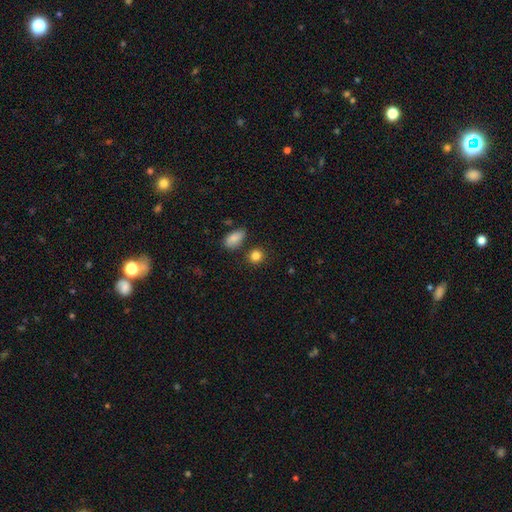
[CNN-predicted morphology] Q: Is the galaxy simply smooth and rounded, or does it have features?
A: smooth — 85%.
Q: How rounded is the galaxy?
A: round — 78%.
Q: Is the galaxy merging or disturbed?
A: none — 80%.